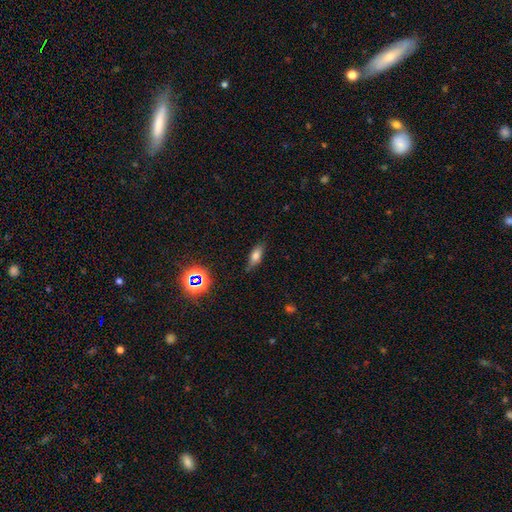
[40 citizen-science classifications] Smooth or featured: smooth — 65% (featured or disk — 28%)
How rounded: in between — 65% (cigar-shaped — 19%)
Merging: none — 73% (minor disturbance — 27%)